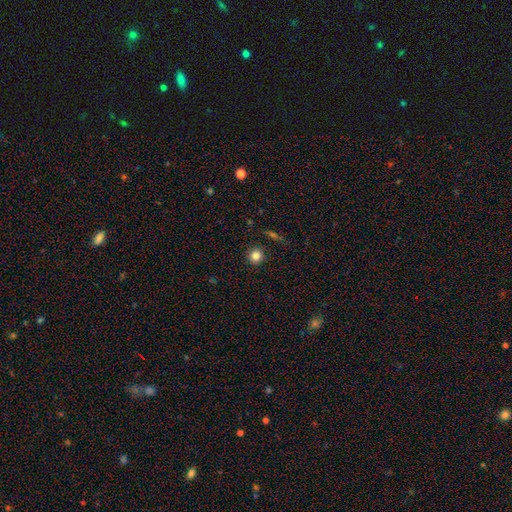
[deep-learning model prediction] Smooth or featured?
  - smooth: 83% *
  - star or artifact: 12%
  - featured or disk: 5%
How rounded?
  - round: 93% *
  - in between: 6%
  - cigar-shaped: 1%
Merging?
  - none: 90% *
  - minor disturbance: 6%
  - major disturbance: 2%
  - merger: 2%